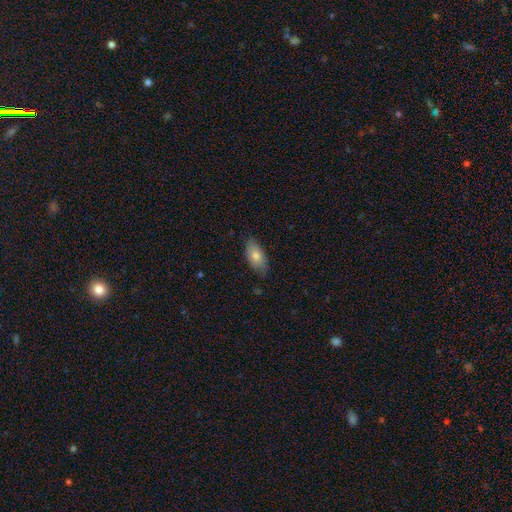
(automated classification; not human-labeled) Smooth or featured? Predicted: smooth (p=0.77). How rounded? Predicted: in between (p=0.90). Merging? Predicted: none (p=0.75).